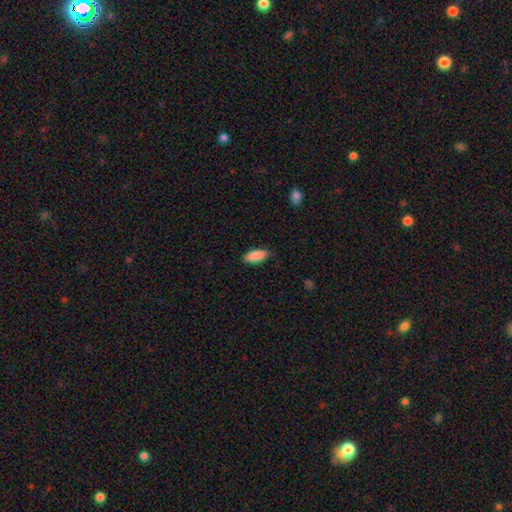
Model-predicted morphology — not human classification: A smooth galaxy with no disk features (89%) that is in between round and cigar-shaped (85%).

Vote fractions:
- Smooth or featured? smooth: 89% / star or artifact: 6% / featured or disk: 5%
- How rounded? in between: 85% / cigar-shaped: 13% / round: 2%
- Merging? none: 82% / minor disturbance: 14% / major disturbance: 2% / merger: 1%